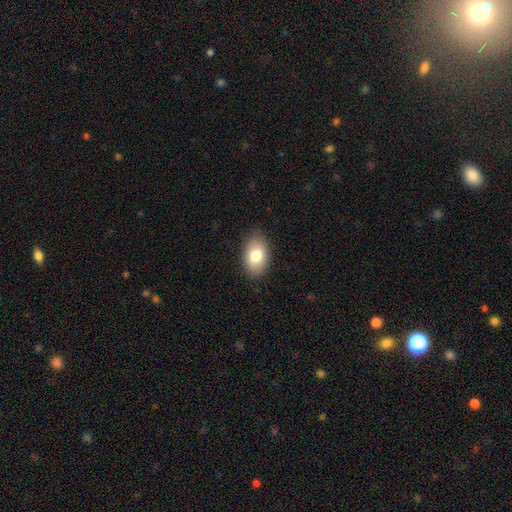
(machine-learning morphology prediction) type=smooth (80%); roundness=in between (89%); merging=none (86%).